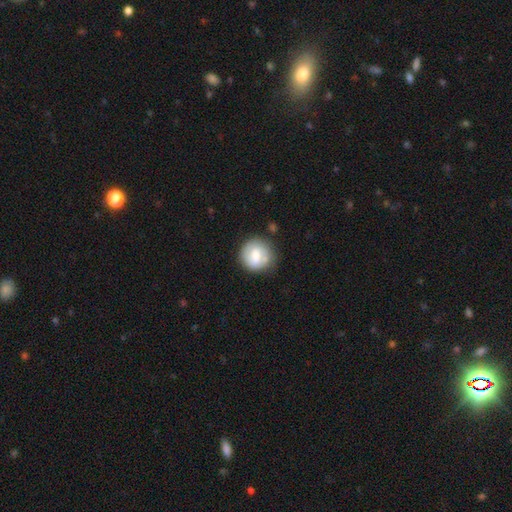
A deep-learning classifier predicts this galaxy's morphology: This is possibly a smooth galaxy (57%). How rounded: clearly round (89%). Merging: likely none (71%).